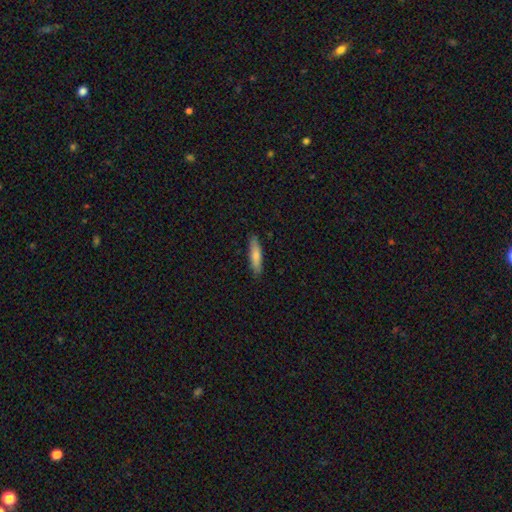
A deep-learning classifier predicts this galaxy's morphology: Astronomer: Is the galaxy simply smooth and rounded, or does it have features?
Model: smooth — 79%.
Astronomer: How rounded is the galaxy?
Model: cigar-shaped — 69%.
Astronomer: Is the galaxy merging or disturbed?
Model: none — 86%.